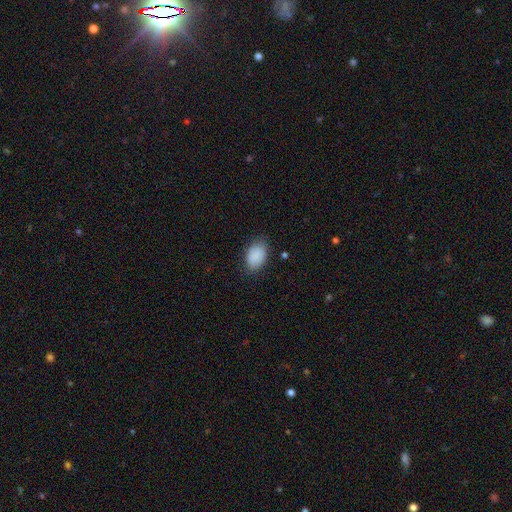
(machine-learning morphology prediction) Smooth or featured? Predicted: smooth (p=0.89). How rounded? Predicted: in between (p=0.87). Merging? Predicted: none (p=0.80).